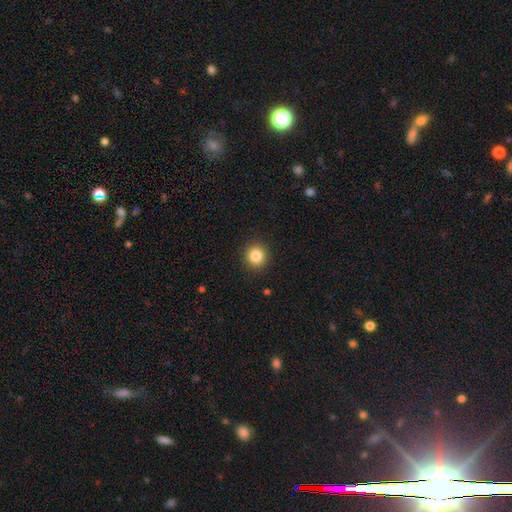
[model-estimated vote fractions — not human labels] A smooth galaxy with no disk features (84%) that is round (93%). Merging: none (92%).